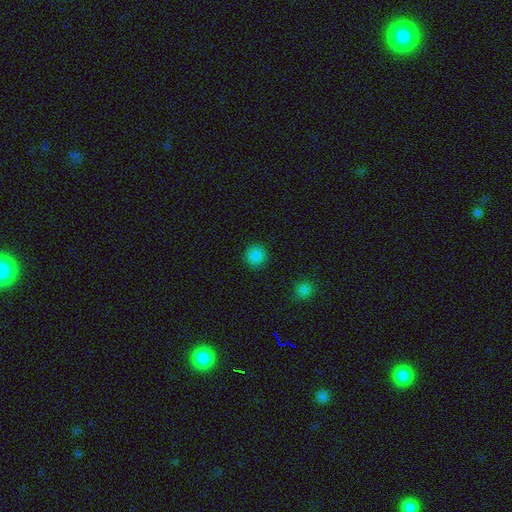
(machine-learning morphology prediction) This is clearly a smooth galaxy (85%). How rounded: clearly round (93%). Merging: clearly none (91%).